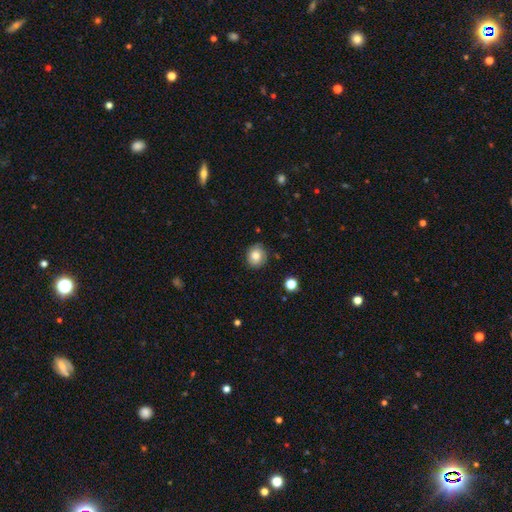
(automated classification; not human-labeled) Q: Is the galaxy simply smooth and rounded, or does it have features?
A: smooth — 75%.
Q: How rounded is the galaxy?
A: round — 78%.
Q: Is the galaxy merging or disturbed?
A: none — 82%.